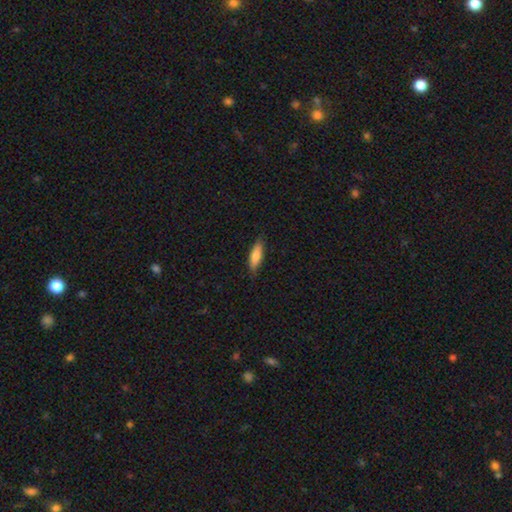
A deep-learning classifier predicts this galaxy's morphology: smooth_or_featured: smooth (p=0.78) [alt: featured or disk p=0.16]
how_rounded: cigar-shaped (p=0.55) [alt: in between p=0.43]
merging: none (p=0.85) [alt: minor disturbance p=0.12]